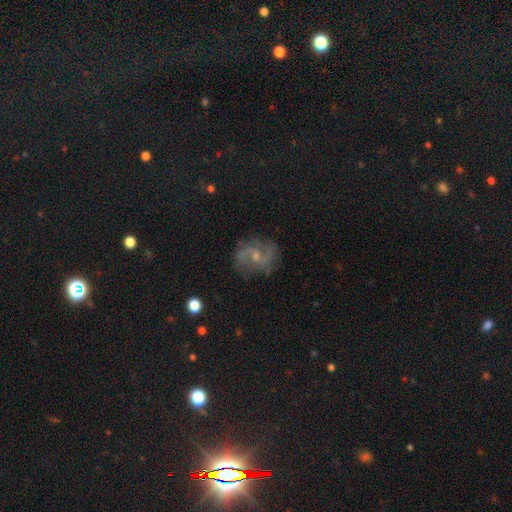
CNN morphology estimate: Smooth or featured?
  - featured or disk: 79% *
  - smooth: 12%
  - star or artifact: 9%
Edge-on disk?
  - no: 97% *
  - yes: 3%
Bar?
  - weak: 46% *
  - no: 45%
  - strong: 9%
Spiral arms?
  - yes: 93% *
  - no: 7%
Spiral winding?
  - medium: 44% *
  - loose: 42%
  - tight: 13%
Spiral arm count?
  - 2: 83% *
  - can't tell: 8%
  - 3: 4%
  - 1: 2%
  - 4: 2%
  - more than 4: 2%
Bulge size?
  - small: 60% *
  - moderate: 31%
  - none: 7%
  - large: 1%
  - dominant: 1%
Merging?
  - none: 74% *
  - minor disturbance: 16%
  - major disturbance: 8%
  - merger: 2%